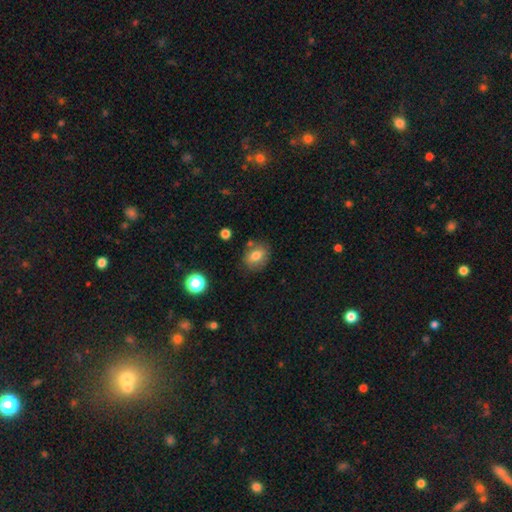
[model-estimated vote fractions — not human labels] Morphology: type=smooth (74%); roundness=in between (50%); merging=none (77%).